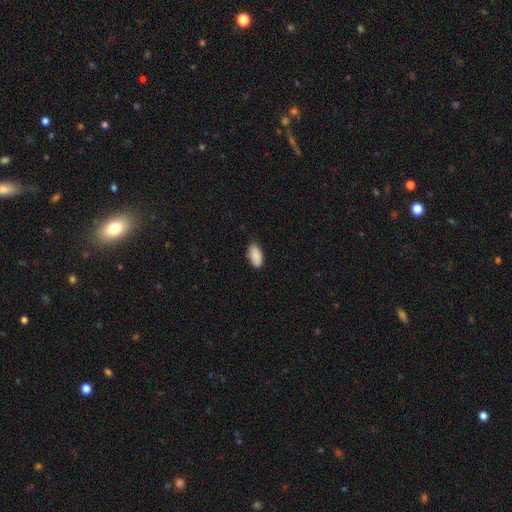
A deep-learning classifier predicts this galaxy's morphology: Smooth or featured: smooth — 89% (star or artifact — 7%)
How rounded: in between — 93% (cigar-shaped — 4%)
Merging: none — 79% (minor disturbance — 17%)